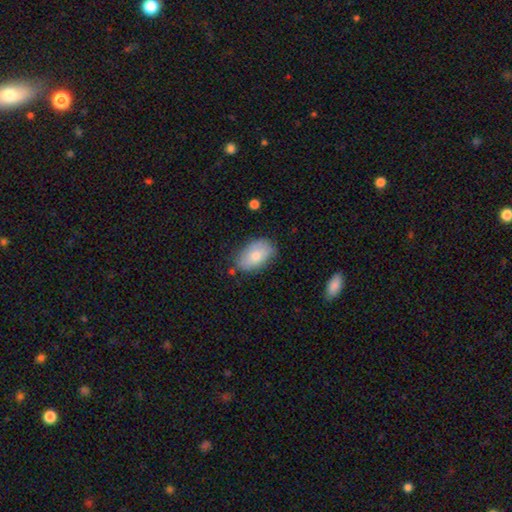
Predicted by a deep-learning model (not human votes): smooth 72%, featured or disk 21%, star or artifact 7%. Down the decision tree: how rounded — in between (91%); merging — none (72%).